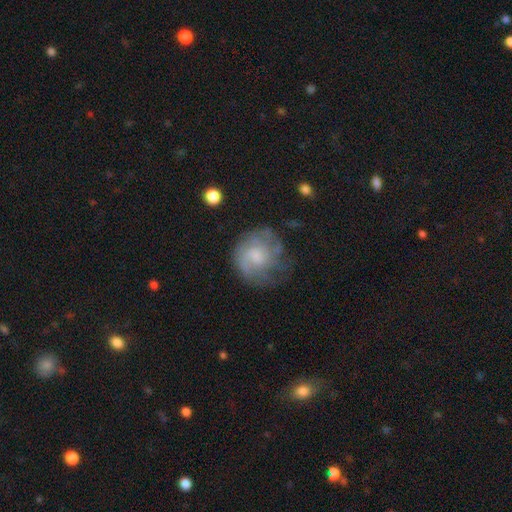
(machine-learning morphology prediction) type=featured or disk (61%); edge-on=no (98%); bar=no (66%); spiral arms=yes (79%); bulge=moderate (37%); merging=none (57%).